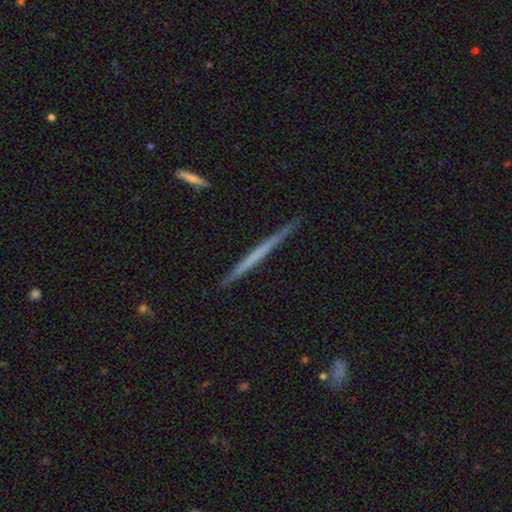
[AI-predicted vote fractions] Smooth or featured? Predicted: featured or disk (p=0.53). Edge-on disk? Predicted: yes (p=0.98). Edge-on bulge? Predicted: none (p=0.93). Merging? Predicted: none (p=0.90).